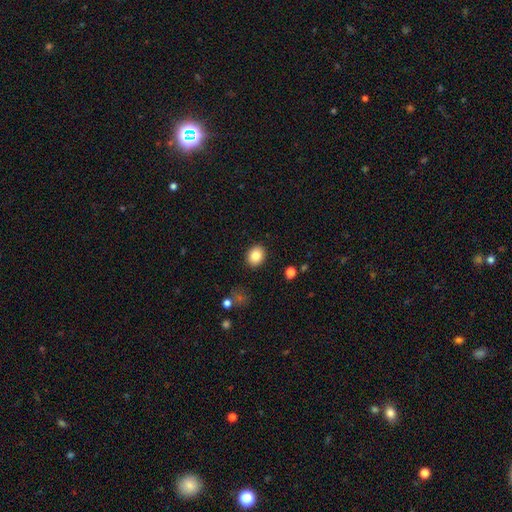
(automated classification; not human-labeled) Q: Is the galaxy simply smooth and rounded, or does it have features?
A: smooth — 84%.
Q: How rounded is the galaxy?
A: round — 55%.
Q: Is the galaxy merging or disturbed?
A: none — 90%.